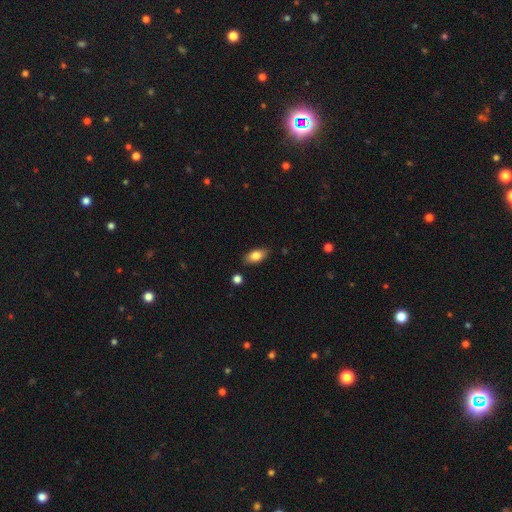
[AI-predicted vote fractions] The model was most divided on "smooth or featured": smooth: 83%, featured or disk: 10%, star or artifact: 8%. More confident: how rounded — in between (90%); merging — none (84%).